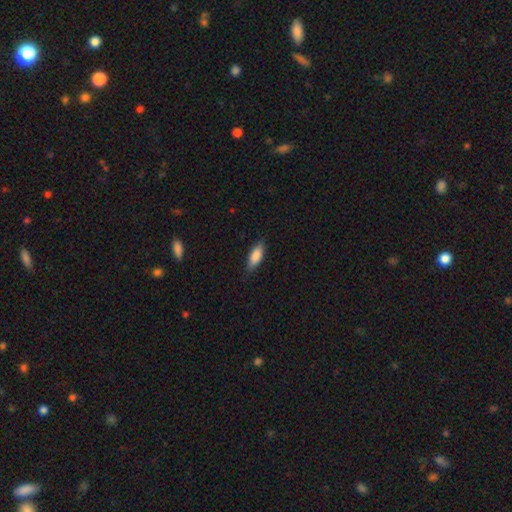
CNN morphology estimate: smooth-or-featured: smooth: 85% | featured or disk: 9% | star or artifact: 6%
  how-rounded: in between: 72% | cigar-shaped: 26% | round: 2%
  merging: none: 83% | minor disturbance: 13% | major disturbance: 2% | merger: 1%